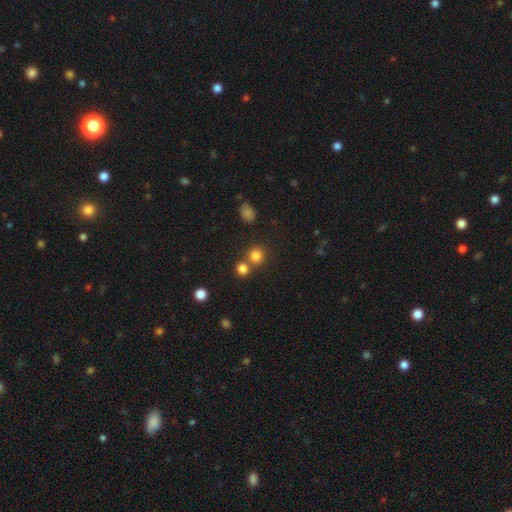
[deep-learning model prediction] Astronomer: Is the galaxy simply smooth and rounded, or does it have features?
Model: smooth — 80%.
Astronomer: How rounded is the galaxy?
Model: round — 90%.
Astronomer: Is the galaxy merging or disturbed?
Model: none — 65%.